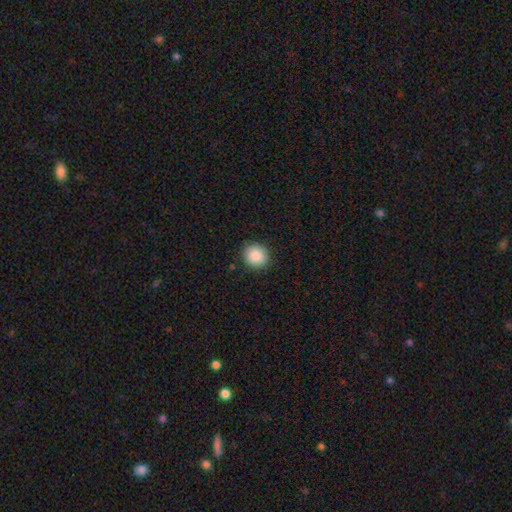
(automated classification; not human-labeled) smooth_or_featured: smooth (p=0.88) [alt: star or artifact p=0.08]
how_rounded: round (p=0.84) [alt: in between p=0.15]
merging: none (p=0.90) [alt: minor disturbance p=0.07]